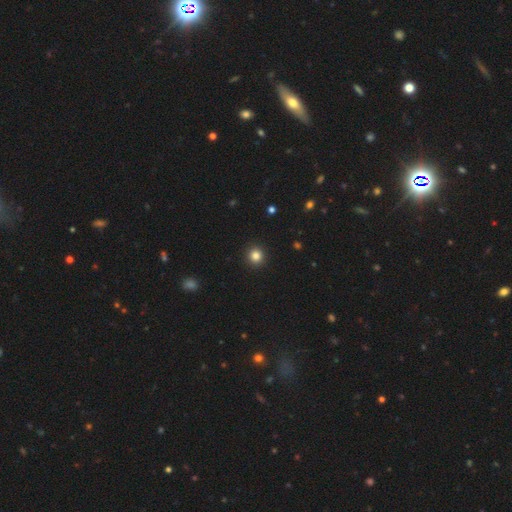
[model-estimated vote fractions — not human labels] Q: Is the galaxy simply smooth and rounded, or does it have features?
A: smooth — 83%.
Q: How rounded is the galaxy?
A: round — 94%.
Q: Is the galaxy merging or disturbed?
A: none — 93%.